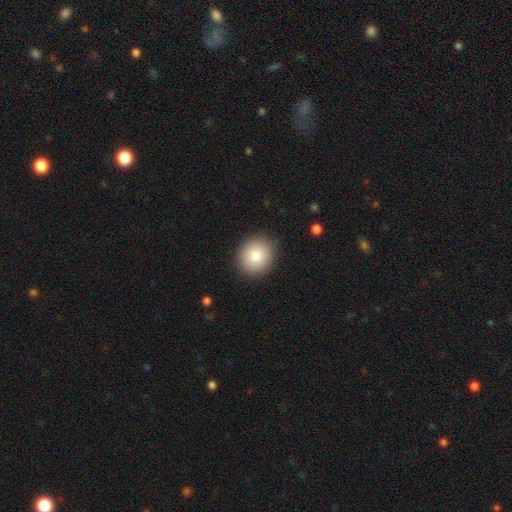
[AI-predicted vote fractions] The model was most divided on "how rounded": round: 76%, in between: 23%, cigar-shaped: 1%. More confident: merging — none (89%); smooth or featured — smooth (80%).